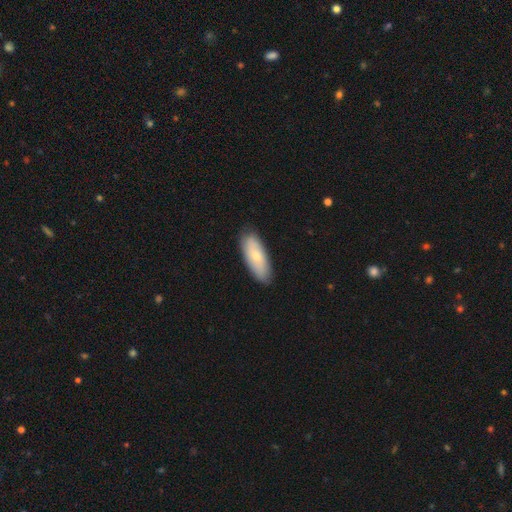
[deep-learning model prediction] This appears to be a smooth galaxy with no disk features (70%) that is in between round and cigar-shaped (74%). Merging: none (85%).